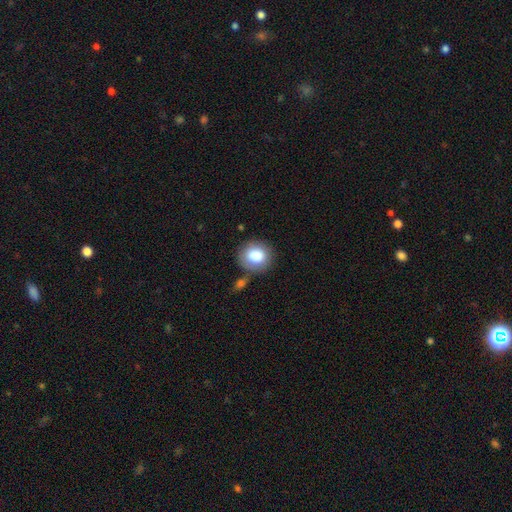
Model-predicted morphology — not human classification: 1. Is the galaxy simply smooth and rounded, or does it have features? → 85% smooth, 8% featured or disk, 7% star or artifact.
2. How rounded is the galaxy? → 79% round, 20% in between, 1% cigar-shaped.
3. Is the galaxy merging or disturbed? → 68% none, 16% minor disturbance, 10% merger, 6% major disturbance.